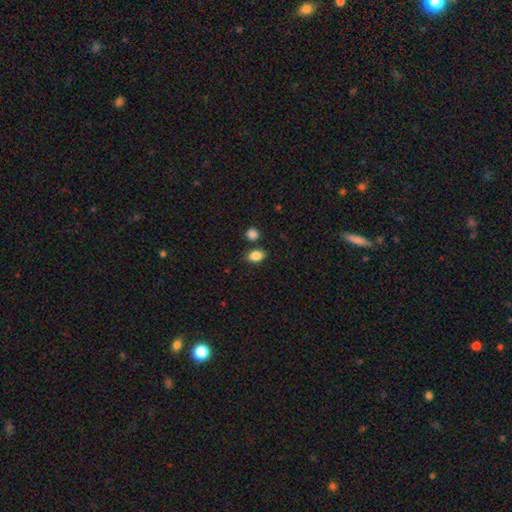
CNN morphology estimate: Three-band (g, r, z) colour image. It shows a smooth galaxy with no disk features (86%) that is in between round and cigar-shaped (76%). Merging: none (77%).